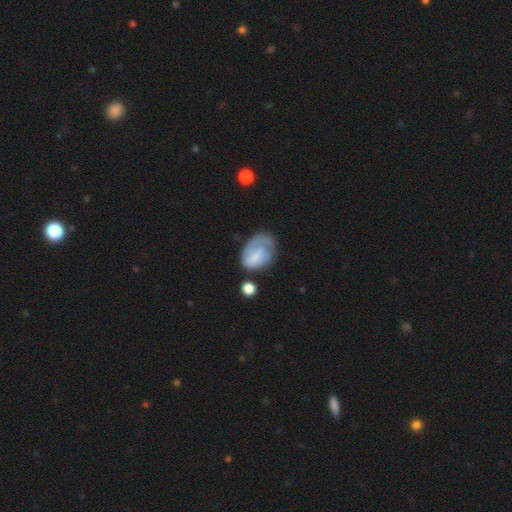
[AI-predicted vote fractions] A featured or disk galaxy (49%). Merging: none (44%).